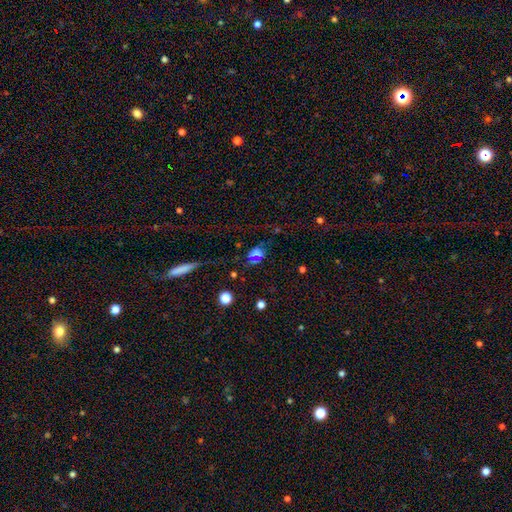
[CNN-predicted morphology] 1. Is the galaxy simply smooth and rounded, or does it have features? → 55% smooth, 32% star or artifact, 13% featured or disk.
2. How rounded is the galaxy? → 52% in between, 44% round, 4% cigar-shaped.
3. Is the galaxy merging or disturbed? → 66% none, 16% minor disturbance, 9% merger, 9% major disturbance.